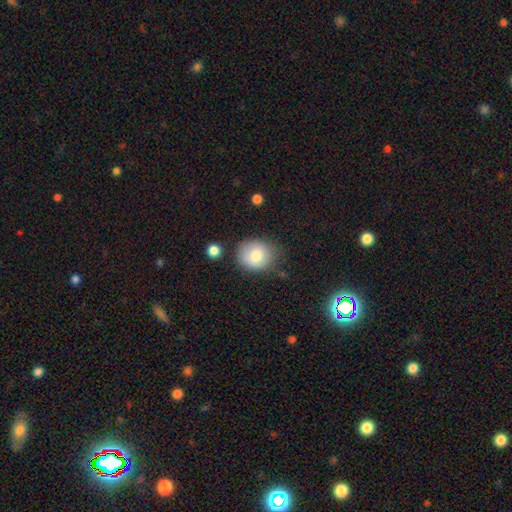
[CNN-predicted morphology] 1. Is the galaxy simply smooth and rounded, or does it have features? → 79% smooth, 12% featured or disk, 8% star or artifact.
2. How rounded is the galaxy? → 69% round, 30% in between, 1% cigar-shaped.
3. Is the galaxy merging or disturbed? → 71% none, 20% minor disturbance, 5% major disturbance, 4% merger.